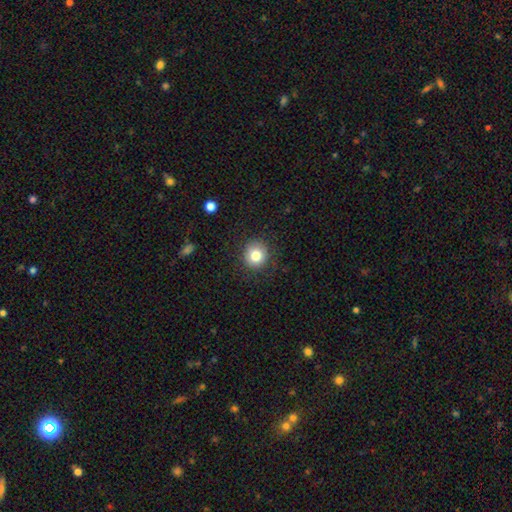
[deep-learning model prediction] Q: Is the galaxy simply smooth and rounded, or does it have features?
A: smooth — 82%.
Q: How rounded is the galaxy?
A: round — 89%.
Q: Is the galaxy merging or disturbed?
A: none — 88%.